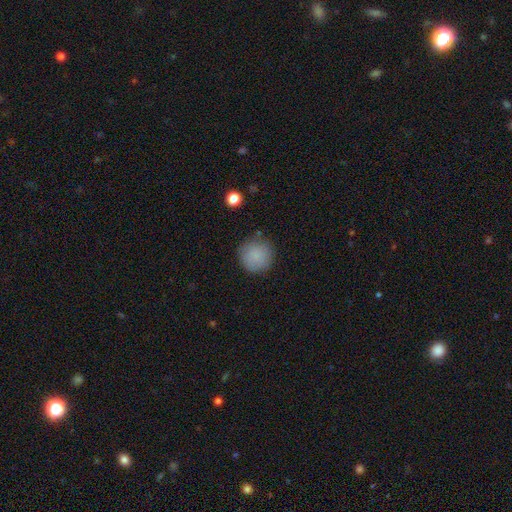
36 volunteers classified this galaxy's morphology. This is clearly a smooth galaxy (89%). How rounded: clearly round (97%). Merging: clearly none (82%).